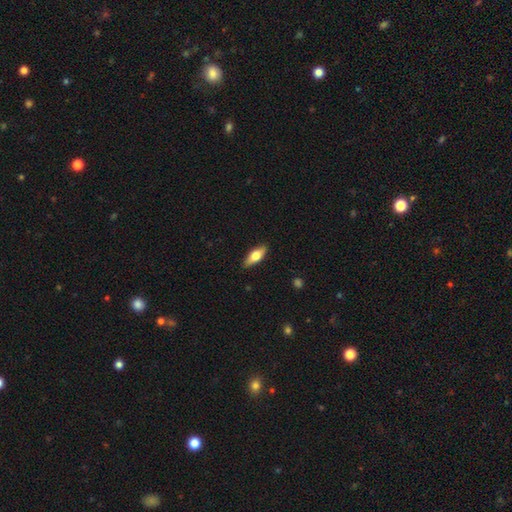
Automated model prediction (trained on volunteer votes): smooth_or_featured: smooth (p=0.60) [alt: featured or disk p=0.34]
how_rounded: in between (p=0.67) [alt: cigar-shaped p=0.30]
merging: none (p=0.87) [alt: minor disturbance p=0.10]